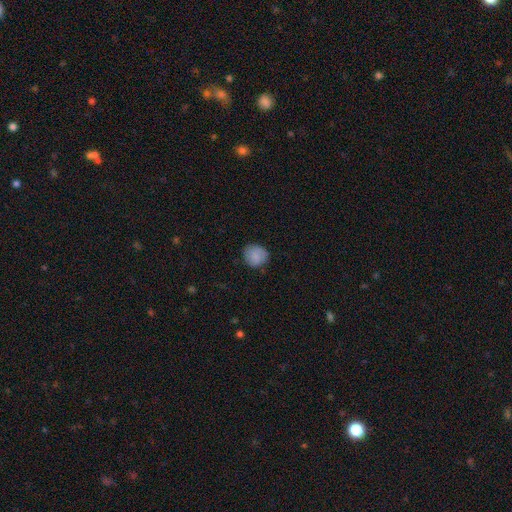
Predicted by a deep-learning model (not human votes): Smooth or featured? smooth (84%)
How rounded? round (83%)
Merging? none (79%)